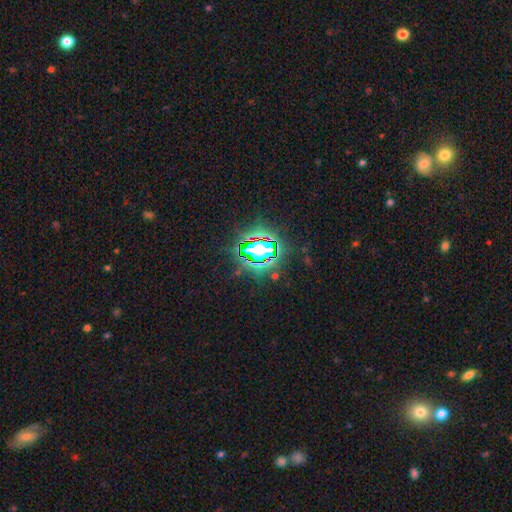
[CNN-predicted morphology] type=star or artifact (76%).